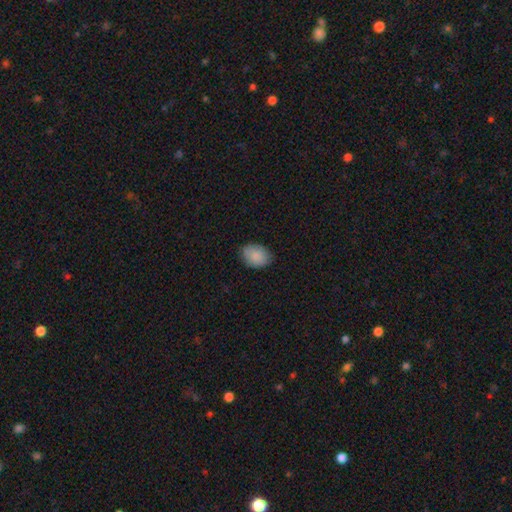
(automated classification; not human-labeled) This is clearly a smooth galaxy (86%). How rounded: likely in between (75%). Merging: clearly none (81%).